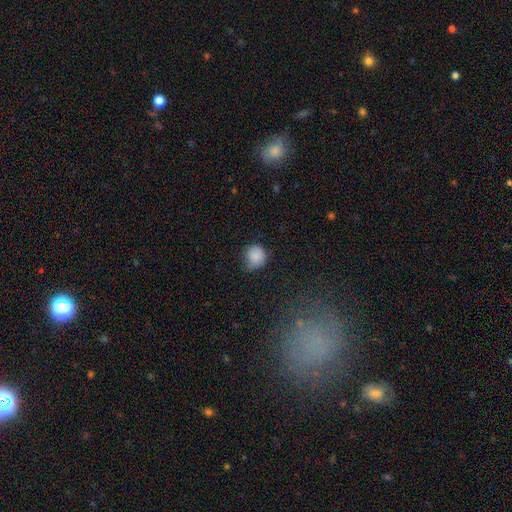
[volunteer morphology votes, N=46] Smooth or featured? smooth (91%)
How rounded? round (83%)
Merging? none (67%)